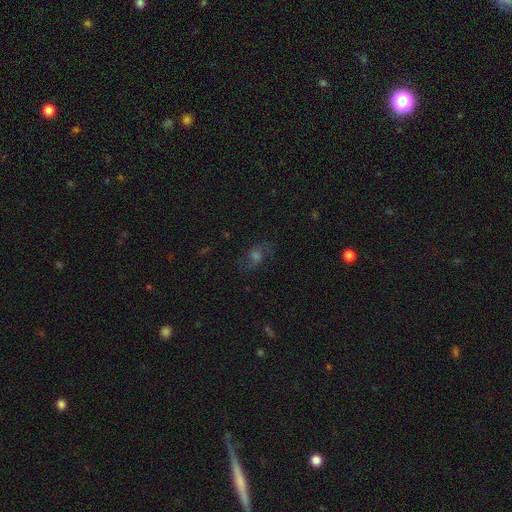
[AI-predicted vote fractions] smooth_or_featured: featured or disk (p=0.44) [alt: star or artifact p=0.29]
merging: none (p=0.75) [alt: minor disturbance p=0.15]